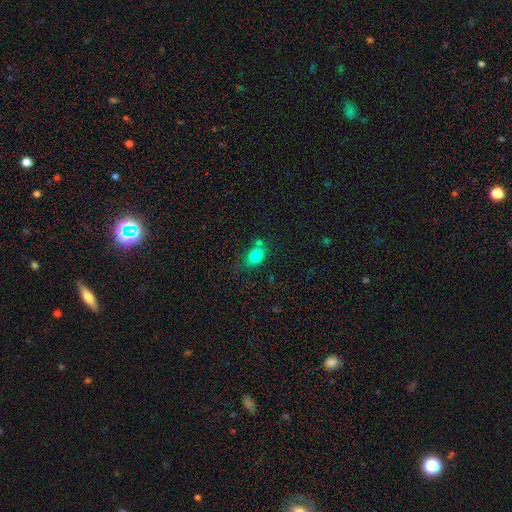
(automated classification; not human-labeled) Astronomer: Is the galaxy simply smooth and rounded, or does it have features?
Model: smooth — 82%.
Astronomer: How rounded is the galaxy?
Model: in between — 66%.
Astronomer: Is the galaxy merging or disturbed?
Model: none — 57%.